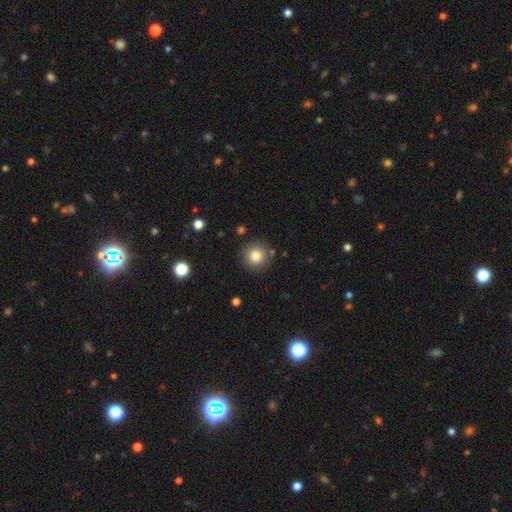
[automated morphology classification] smooth_or_featured: smooth (p=0.82) [alt: star or artifact p=0.10]
how_rounded: round (p=0.94) [alt: in between p=0.05]
merging: none (p=0.86) [alt: minor disturbance p=0.08]